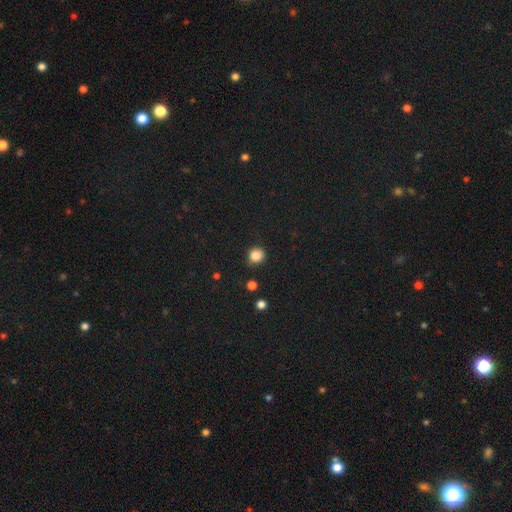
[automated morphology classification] The model was most divided on "how rounded": round: 83%, in between: 16%, cigar-shaped: 1%. More confident: smooth or featured — smooth (85%); merging — none (81%).